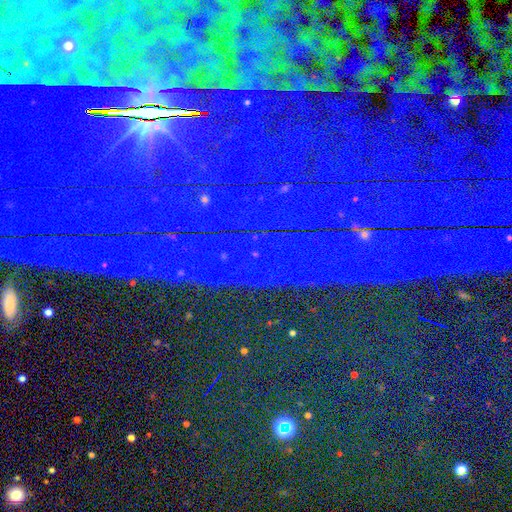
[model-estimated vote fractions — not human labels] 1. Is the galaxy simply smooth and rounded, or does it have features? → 85% star or artifact, 8% featured or disk, 7% smooth.